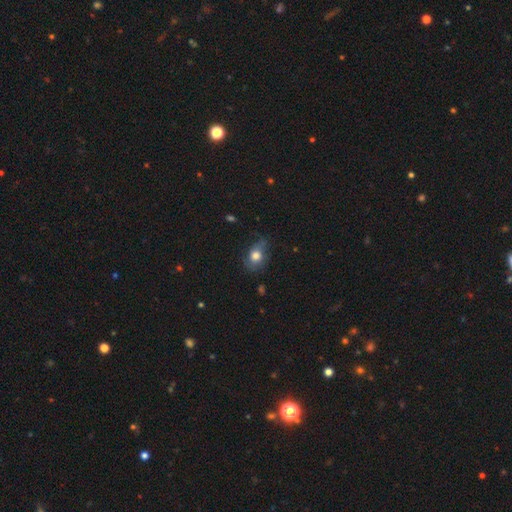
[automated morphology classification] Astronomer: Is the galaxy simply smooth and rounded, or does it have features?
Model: smooth — 72%.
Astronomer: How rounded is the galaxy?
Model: in between — 68%.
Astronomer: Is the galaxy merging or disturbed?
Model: none — 55% (runner-up: minor disturbance, 32%).